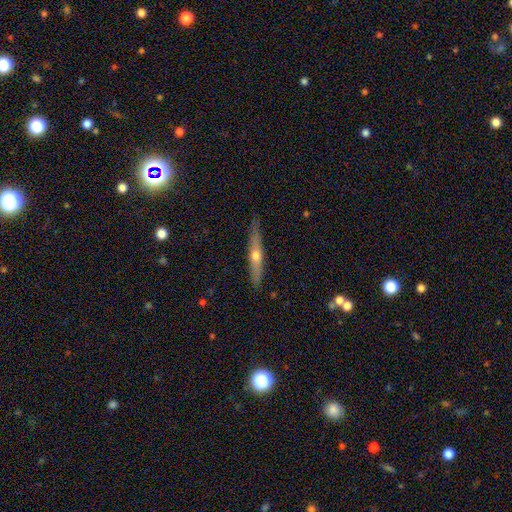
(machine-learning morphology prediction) This is likely a featured or disk galaxy (65%). It is clearly viewed edge-on (94%). Edge-on bulge: clearly rounded (87%). Merging: clearly none (87%).